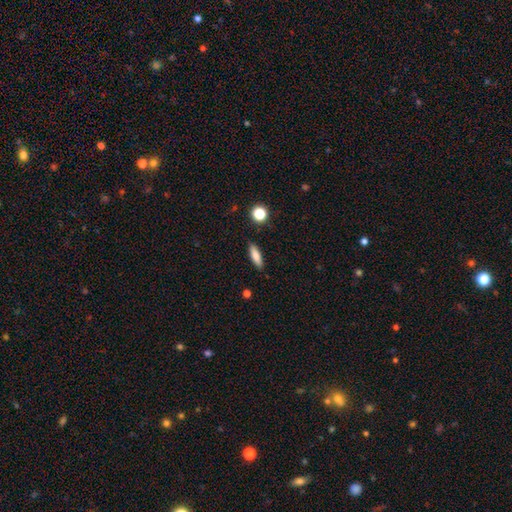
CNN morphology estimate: type=smooth (80%); roundness=cigar-shaped (54%); merging=none (87%).